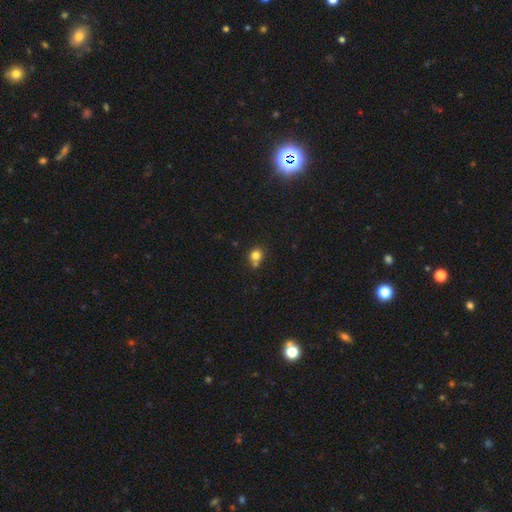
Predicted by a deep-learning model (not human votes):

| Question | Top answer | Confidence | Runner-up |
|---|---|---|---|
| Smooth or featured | smooth | 80% | star or artifact (13%) |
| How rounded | round | 81% | in between (18%) |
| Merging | none | 61% | merger (23%) |